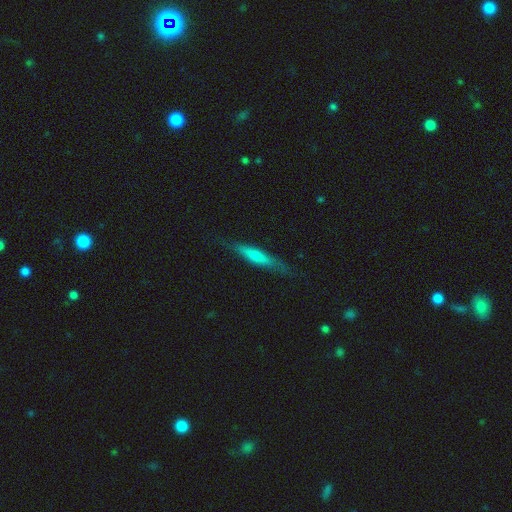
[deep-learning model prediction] A smooth galaxy with no disk features (53%) that is cigar-shaped (88%). Merging: none (81%).